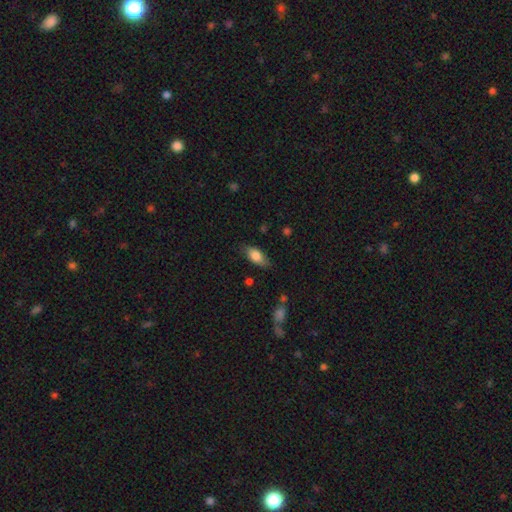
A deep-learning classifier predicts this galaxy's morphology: type=smooth (81%); roundness=in between (87%); merging=none (77%).